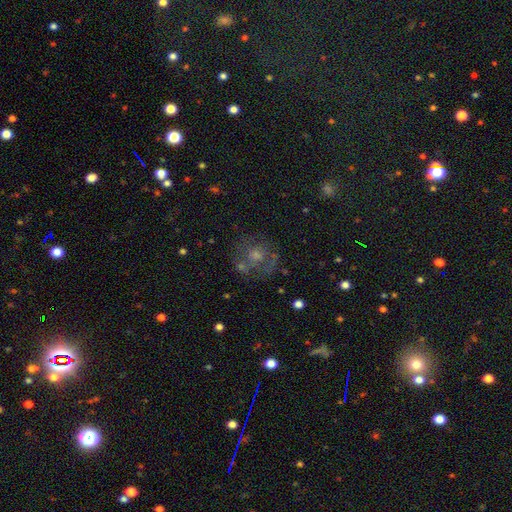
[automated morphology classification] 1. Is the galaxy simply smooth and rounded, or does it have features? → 43% smooth (tied), 43% featured or disk (tied), 14% star or artifact.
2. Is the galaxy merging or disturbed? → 56% none, 18% minor disturbance, 16% major disturbance, 10% merger.